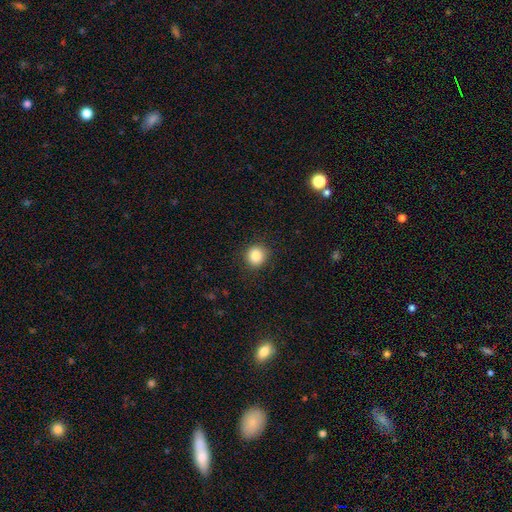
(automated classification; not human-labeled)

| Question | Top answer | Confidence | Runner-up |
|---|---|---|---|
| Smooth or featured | smooth | 86% | star or artifact (10%) |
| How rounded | round | 90% | in between (9%) |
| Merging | none | 90% | minor disturbance (7%) |